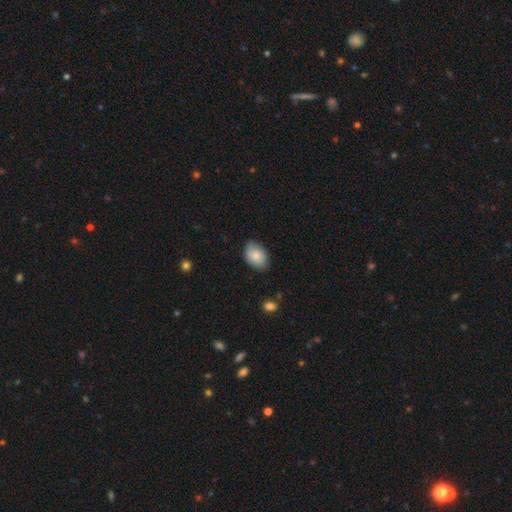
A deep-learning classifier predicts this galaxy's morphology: smooth_or_featured: smooth (p=0.83) [alt: featured or disk p=0.10]
how_rounded: in between (p=0.81) [alt: round p=0.18]
merging: none (p=0.70) [alt: minor disturbance p=0.25]